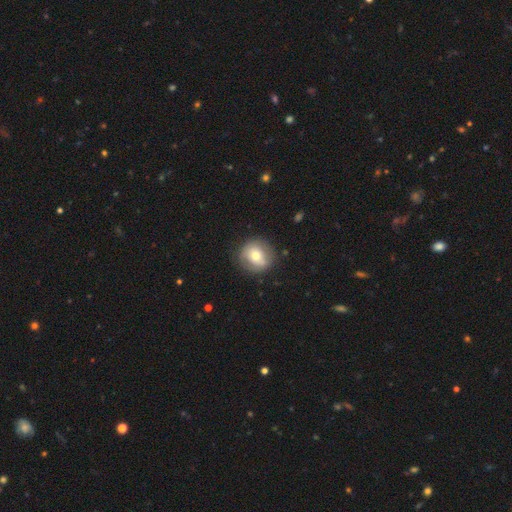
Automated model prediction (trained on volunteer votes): Smooth or featured? smooth (62%)
How rounded? round (88%)
Merging? none (83%)